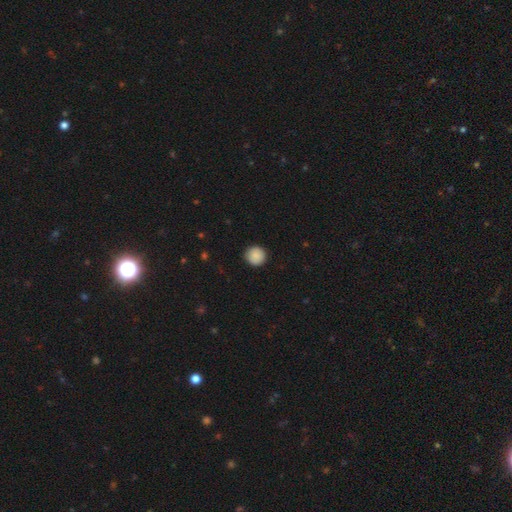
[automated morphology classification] This appears to be a smooth galaxy with no disk features (89%) that is round (95%). Merging: none (91%).